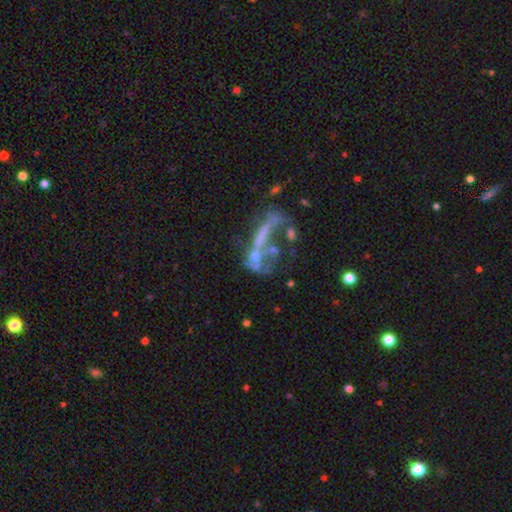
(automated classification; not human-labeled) This is possibly a featured or disk galaxy (58%). It is clearly not viewed edge-on (87%). Bar: likely no (78%). Spiral arm pattern: clearly no (87%). Central bulge: likely none (66%). Merging: marginally major disturbance (35%).